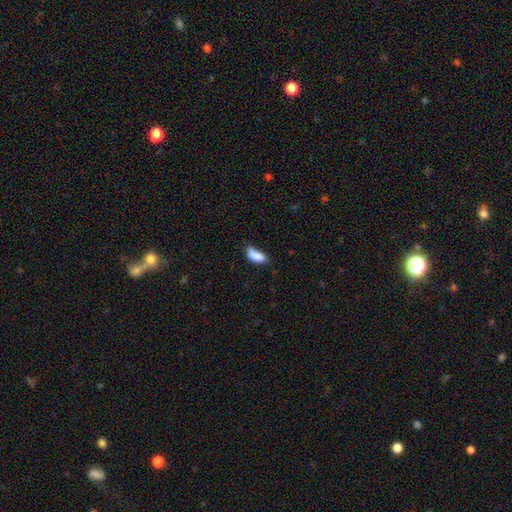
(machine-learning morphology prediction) Smooth or featured? Predicted: smooth (p=0.81). How rounded? Predicted: in between (p=0.80). Merging? Predicted: none (p=0.39).